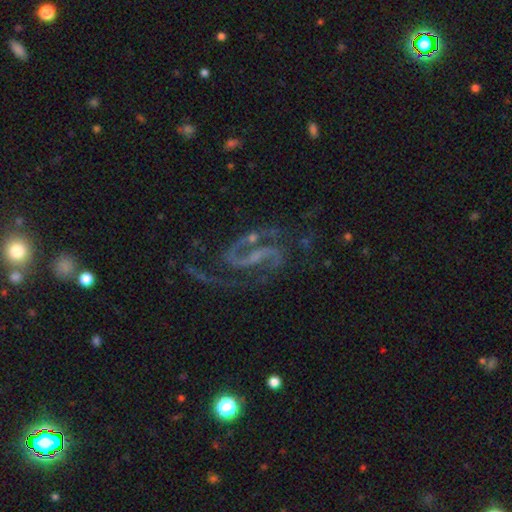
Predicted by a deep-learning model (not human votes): A featured or disk galaxy (88%) with a strong bar (43%), 2 (91%) medium (52%) spiral arms (97%) and a small central bulge (52%).

Vote fractions:
- Smooth or featured? featured or disk: 88% / star or artifact: 8% / smooth: 4%
- Edge-on disk? no: 97% / yes: 3%
- Bar? strong: 43% / weak: 41% / no: 17%
- Spiral arms? yes: 97% / no: 3%
- Spiral winding? medium: 52% / loose: 35% / tight: 13%
- Spiral arm count? 2: 91% / can't tell: 2% / 1: 2% / 3: 2% / 4: 1% / more than 4: 1%
- Bulge size? small: 52% / none: 34% / moderate: 11% / large: 1% / dominant: 1%
- Merging? none: 65% / minor disturbance: 16% / major disturbance: 15% / merger: 4%